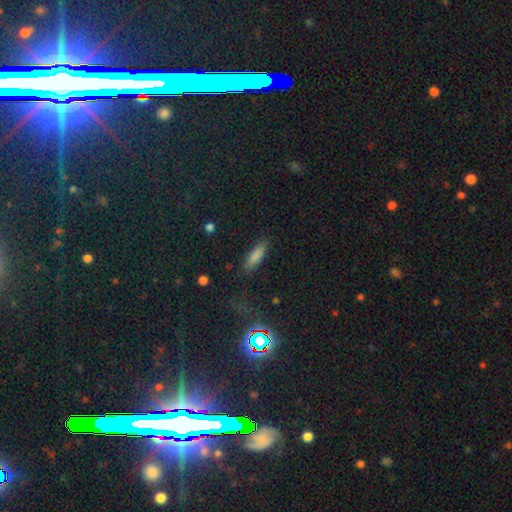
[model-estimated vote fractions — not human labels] Morphology: type=smooth (82%); roundness=cigar-shaped (54%); merging=none (83%).